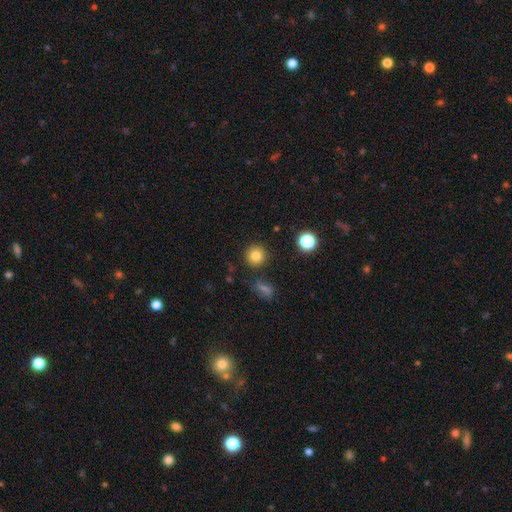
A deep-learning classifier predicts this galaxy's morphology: Smooth or featured? smooth (81%)
How rounded? round (93%)
Merging? none (88%)